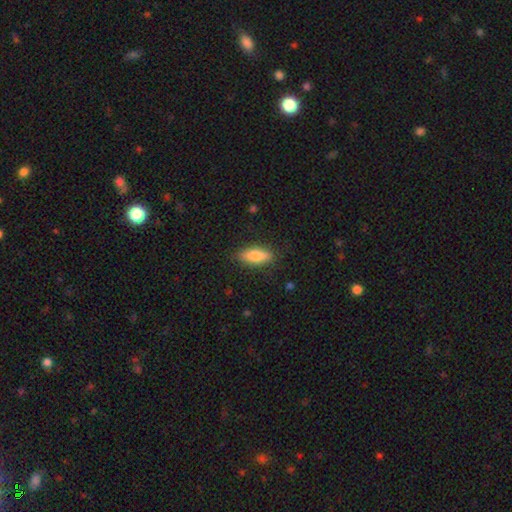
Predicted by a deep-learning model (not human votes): Overall: smooth (79%). How rounded: in between (62%; cigar-shaped 35%). Merging: none (85%).